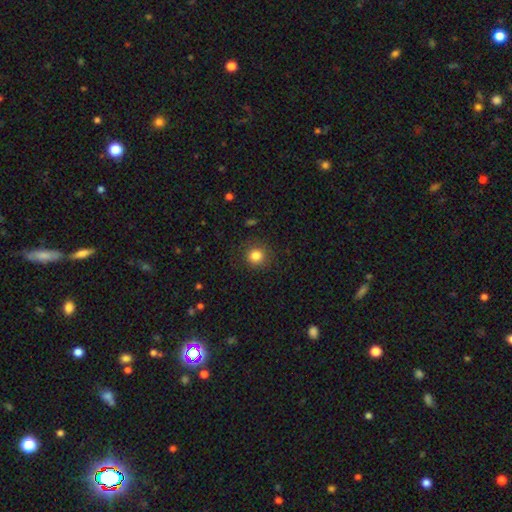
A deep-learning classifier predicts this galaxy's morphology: Smooth or featured? smooth (83%)
How rounded? round (91%)
Merging? none (87%)